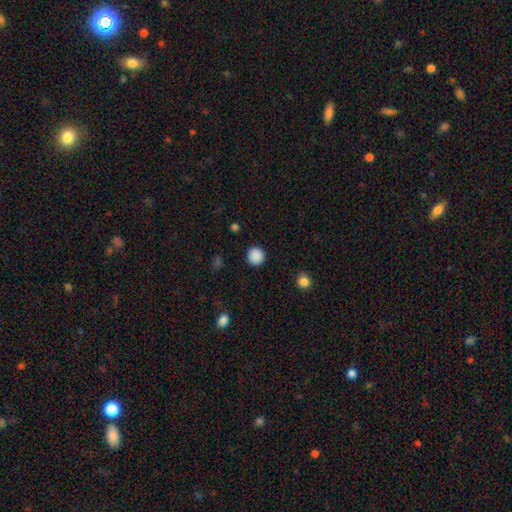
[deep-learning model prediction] A smooth galaxy with no disk features (88%) that is round (95%).

Vote fractions:
- Smooth or featured? smooth: 88% / star or artifact: 9% / featured or disk: 3%
- How rounded? round: 95% / in between: 4% / cigar-shaped: 1%
- Merging? none: 92% / minor disturbance: 5% / major disturbance: 2% / merger: 1%